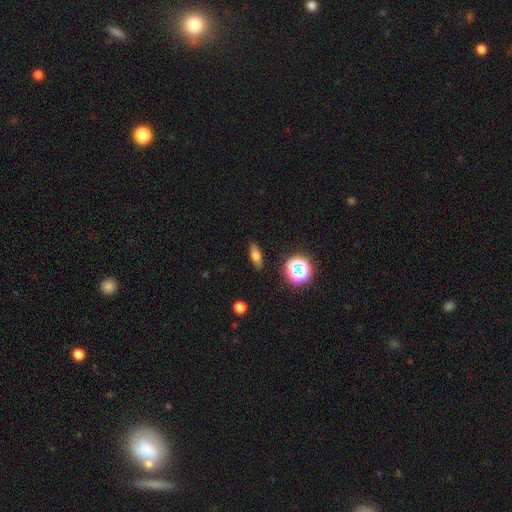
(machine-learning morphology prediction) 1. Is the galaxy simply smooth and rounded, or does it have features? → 68% smooth, 18% featured or disk, 14% star or artifact.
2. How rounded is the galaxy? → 61% in between, 28% cigar-shaped, 11% round.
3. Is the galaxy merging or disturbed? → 87% none, 9% minor disturbance, 2% major disturbance, 1% merger.